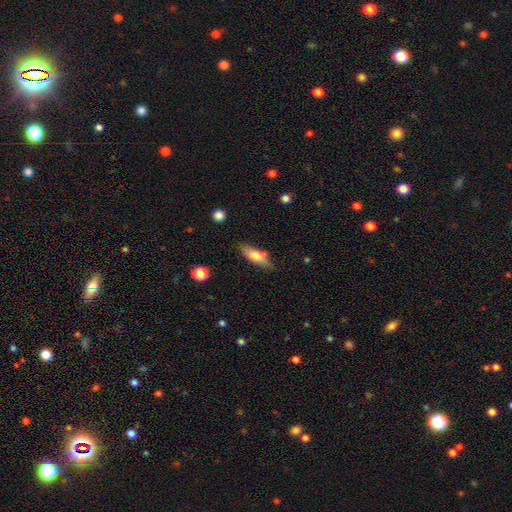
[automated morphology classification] Overall: smooth (71%). How rounded: in between (62%; cigar-shaped 36%). Merging: none (70%).